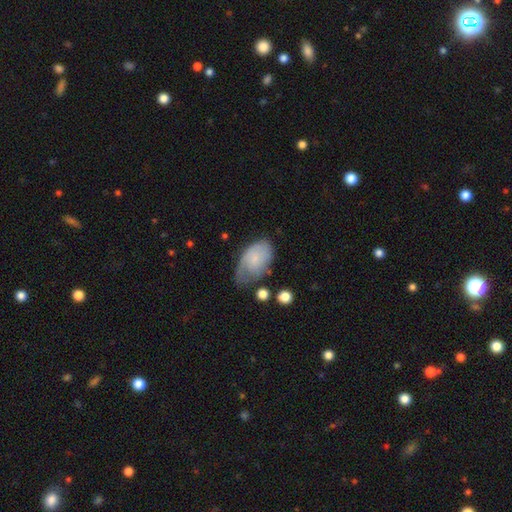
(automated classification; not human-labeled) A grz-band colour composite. It shows a smooth galaxy with no disk features (58%) that is in between round and cigar-shaped (90%). Merging: none (40%).